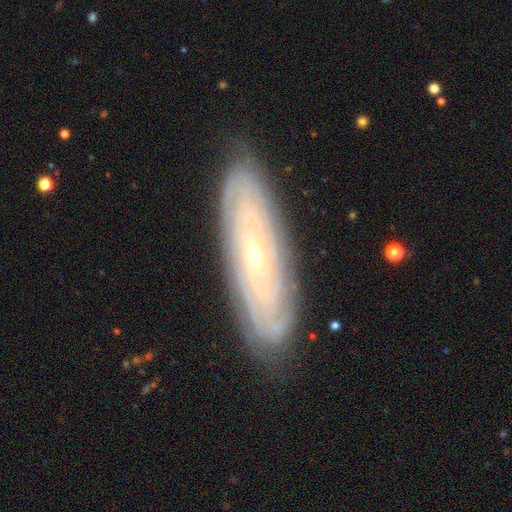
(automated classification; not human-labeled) Overall: featured or disk (79%). Edge-on disk: no (81%). Bar: no (76%). Spiral arms: yes (89%). Spiral arm count: can't tell (59%). Spiral winding: tight (85%). Bulge size: small (79%). Merging: none (86%).